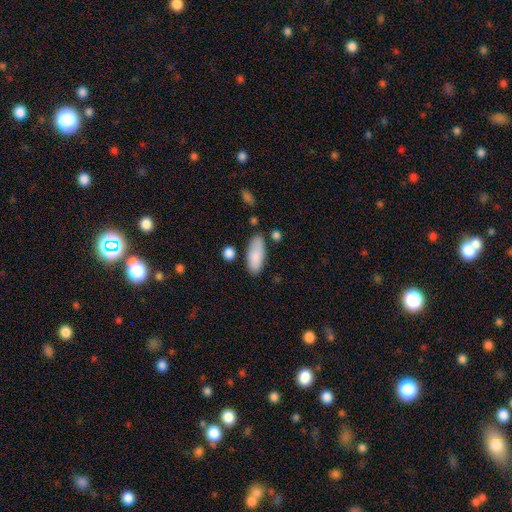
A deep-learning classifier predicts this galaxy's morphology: smooth 86%, featured or disk 8%, star or artifact 6%. Down the decision tree: how rounded — in between (79%); merging — none (75%).